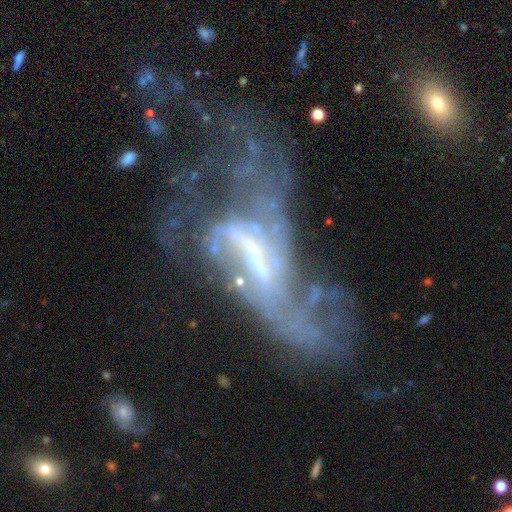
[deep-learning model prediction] Smooth or featured? featured or disk (76%)
Edge-on disk? no (89%)
Bar? strong (37%)
Spiral arms? yes (57%)
Bulge size? small (39%)
Merging? major disturbance (51%)